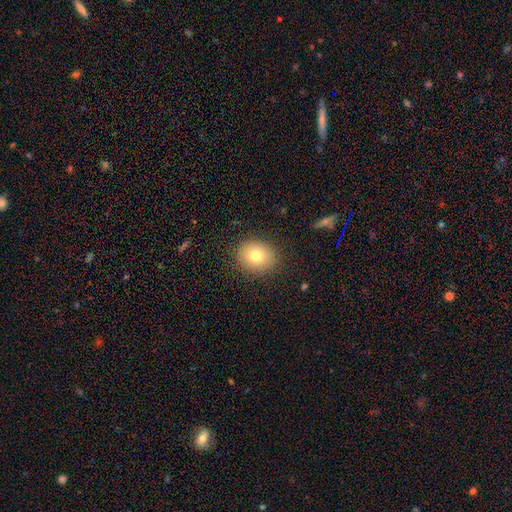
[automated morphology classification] smooth 76%, featured or disk 13%, star or artifact 11%. Down the decision tree: how rounded — round (62%); merging — none (88%).